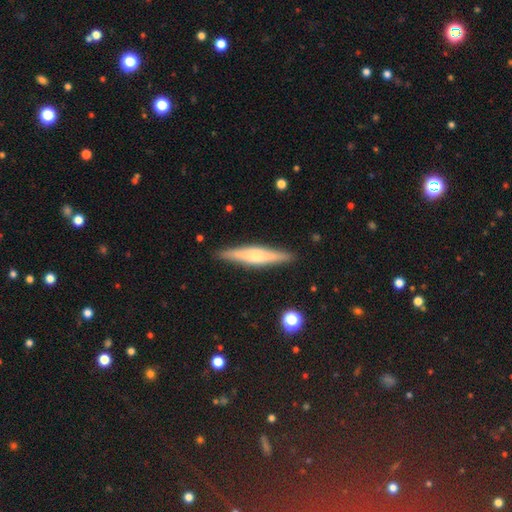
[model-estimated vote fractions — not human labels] smooth-or-featured: featured or disk: 58% | smooth: 36% | star or artifact: 6%
  disk-edge-on: yes: 93% | no: 7%
    edge-on-bulge: rounded: 80% | none: 12% | boxy: 8%
  merging: none: 89% | minor disturbance: 8% | major disturbance: 2% | merger: 1%